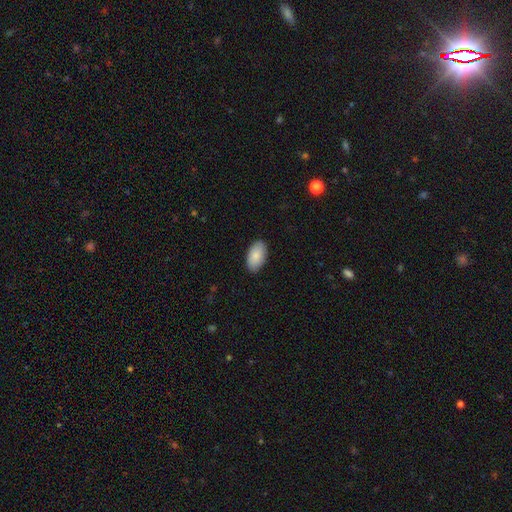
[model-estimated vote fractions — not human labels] This appears to be a smooth galaxy with no disk features (88%) that is in between round and cigar-shaped (95%). Merging: none (88%).